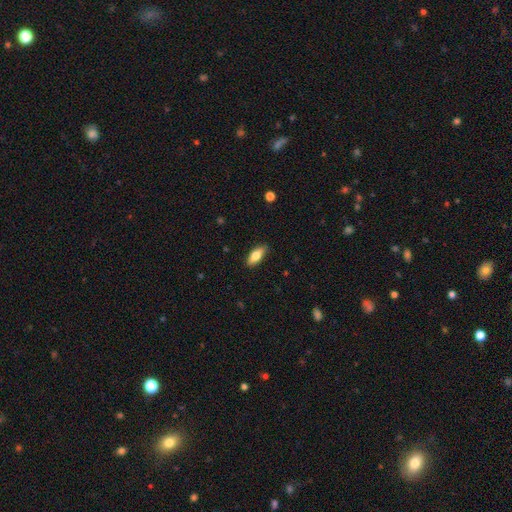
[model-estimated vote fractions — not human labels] Smooth or featured? Predicted: smooth (p=0.74). How rounded? Predicted: in between (p=0.77). Merging? Predicted: none (p=0.86).